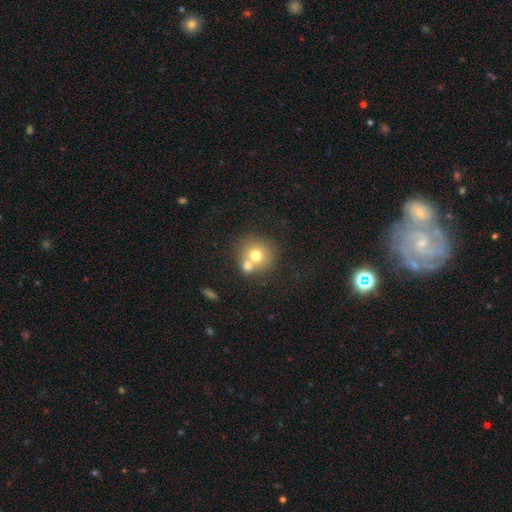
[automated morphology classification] Smooth or featured: smooth — 69% (featured or disk — 19%)
How rounded: round — 87% (in between — 13%)
Merging: merger — 45% (none — 44%)